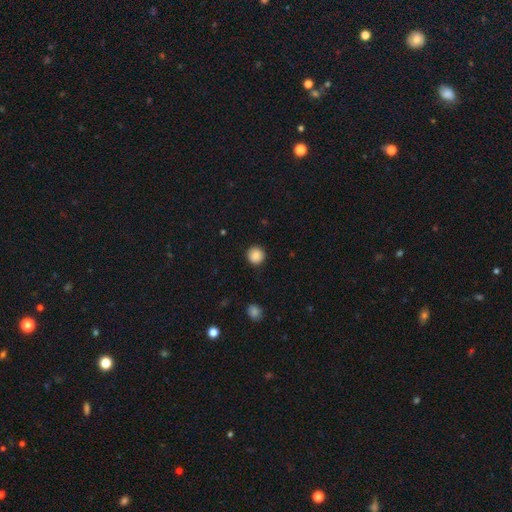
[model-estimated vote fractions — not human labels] Morphology: type=smooth (88%); roundness=round (94%); merging=none (91%).